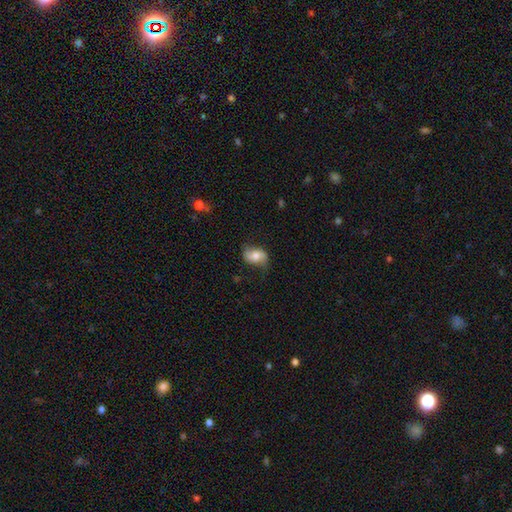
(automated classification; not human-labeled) Smooth or featured? Predicted: featured or disk (p=0.46, tied with smooth). Merging? Predicted: none (p=0.69).